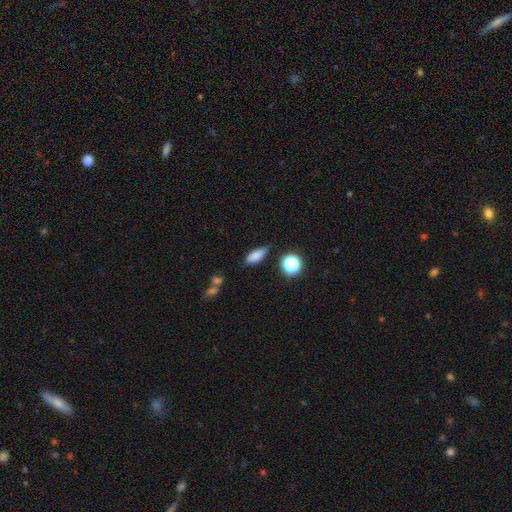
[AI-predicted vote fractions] Morphology: type=smooth (80%); roundness=in between (69%); merging=none (75%).